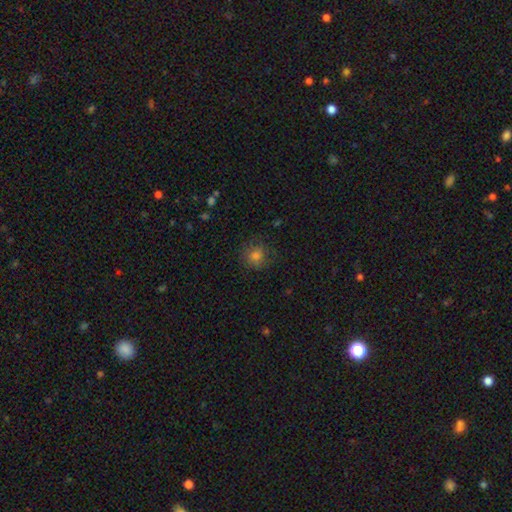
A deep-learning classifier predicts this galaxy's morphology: Smooth or featured?
  - smooth: 78% *
  - star or artifact: 14%
  - featured or disk: 8%
How rounded?
  - round: 88% *
  - in between: 12%
  - cigar-shaped: 1%
Merging?
  - none: 79% *
  - minor disturbance: 15%
  - major disturbance: 6%
  - merger: 1%